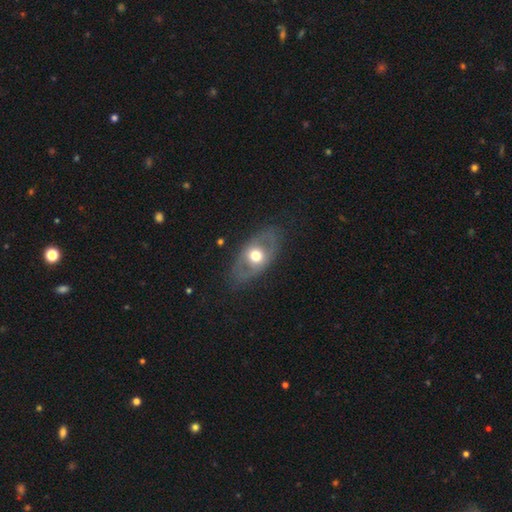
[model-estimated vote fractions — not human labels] Q: Smooth or featured?
A: featured or disk (54%); runner-up: smooth (40%)
Q: Edge-on disk?
A: no (86%); runner-up: yes (14%)
Q: Merging?
A: none (77%); runner-up: minor disturbance (15%)